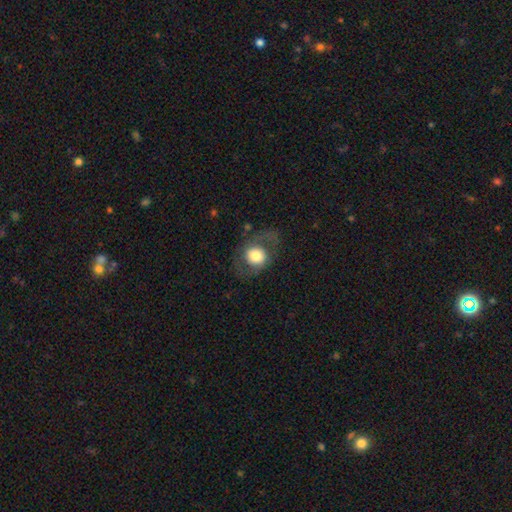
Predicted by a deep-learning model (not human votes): Smooth or featured? Predicted: smooth (p=0.57). How rounded? Predicted: round (p=0.69). Merging? Predicted: none (p=0.67).